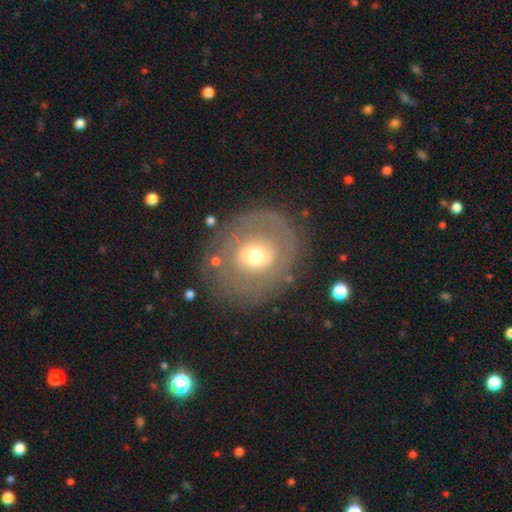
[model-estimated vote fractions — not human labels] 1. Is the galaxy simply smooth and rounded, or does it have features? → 53% featured or disk, 39% smooth, 8% star or artifact.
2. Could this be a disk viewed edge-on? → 95% no, 5% yes.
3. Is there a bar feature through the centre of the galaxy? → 68% no, 23% weak, 8% strong.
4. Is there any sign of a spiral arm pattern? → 69% no, 31% yes.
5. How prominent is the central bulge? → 57% moderate, 31% small, 9% large, 2% dominant, 1% none.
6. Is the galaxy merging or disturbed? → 73% none, 15% minor disturbance, 9% major disturbance, 3% merger.